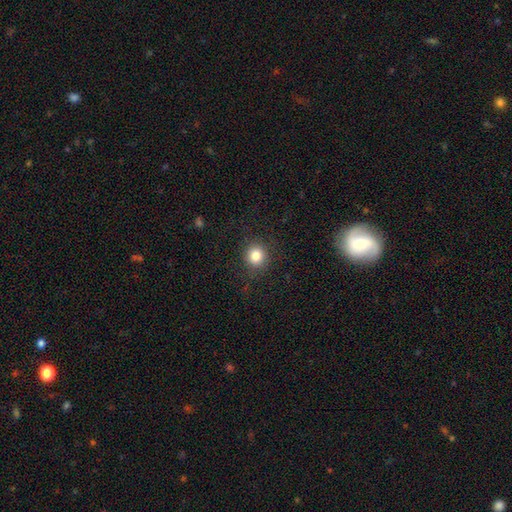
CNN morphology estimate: smooth_or_featured: smooth (p=0.83) [alt: star or artifact p=0.11]
how_rounded: round (p=0.87) [alt: in between p=0.12]
merging: none (p=0.88) [alt: minor disturbance p=0.08]